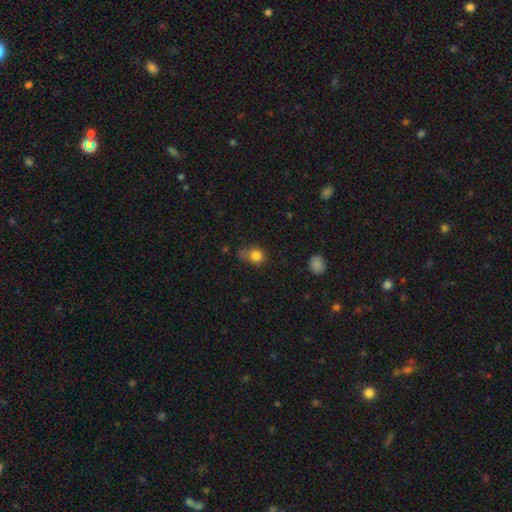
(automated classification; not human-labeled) Overall: smooth (81%). How rounded: round (64%; in between 34%). Merging: none (45%; minor disturbance 35%).